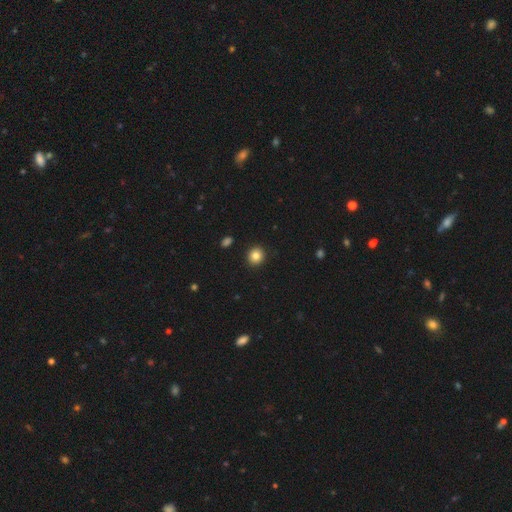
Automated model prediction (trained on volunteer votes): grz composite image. It shows a smooth galaxy with no disk features (84%) that is round (89%). Merging: none (92%).